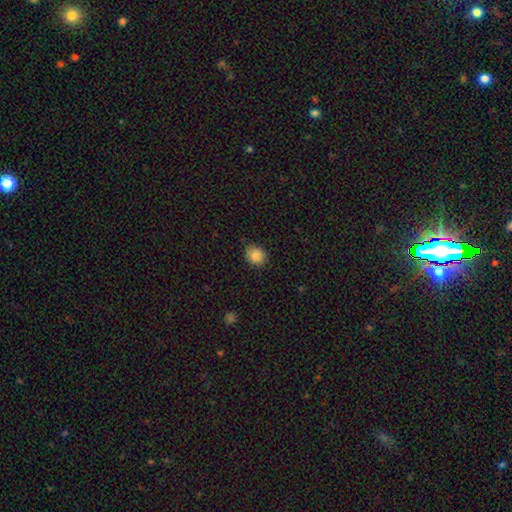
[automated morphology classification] Smooth or featured? smooth (87%)
How rounded? round (65%)
Merging? none (86%)